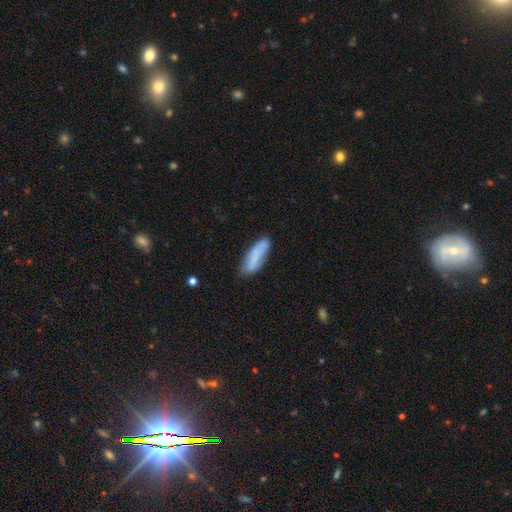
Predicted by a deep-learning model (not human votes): A smooth galaxy with no disk features (70%) that is in between round and cigar-shaped (52%).

Vote fractions:
- Smooth or featured? smooth: 70% / featured or disk: 23% / star or artifact: 7%
- How rounded? in between: 52% / cigar-shaped: 46% / round: 2%
- Merging? none: 63% / minor disturbance: 27% / major disturbance: 7% / merger: 3%